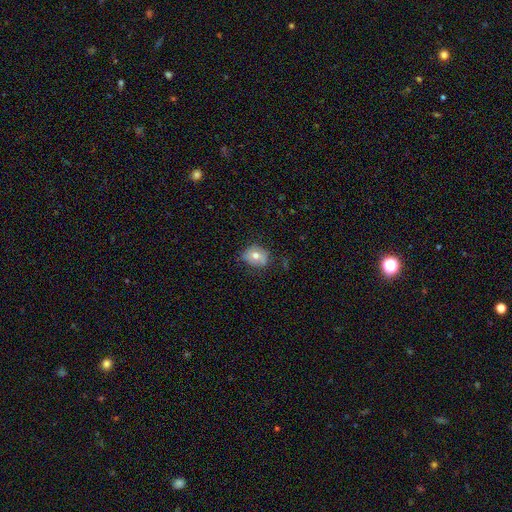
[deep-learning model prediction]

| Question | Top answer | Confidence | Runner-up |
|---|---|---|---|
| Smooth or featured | smooth | 67% | featured or disk (23%) |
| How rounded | round | 55% | in between (44%) |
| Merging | none | 62% | minor disturbance (28%) |